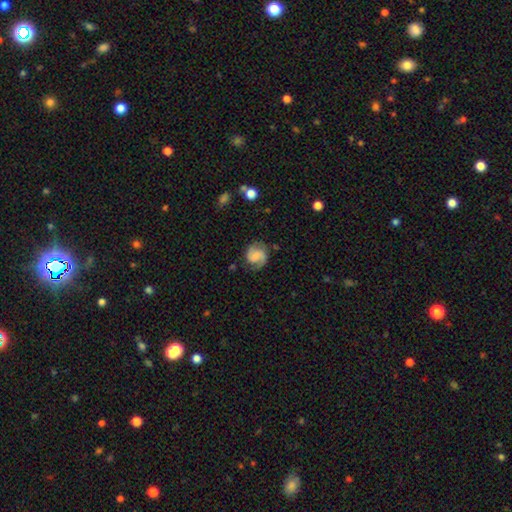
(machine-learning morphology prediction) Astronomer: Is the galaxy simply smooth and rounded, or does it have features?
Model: featured or disk — 66%.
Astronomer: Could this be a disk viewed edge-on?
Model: no — 98%.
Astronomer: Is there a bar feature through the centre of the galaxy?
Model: no — 48% (runner-up: weak, 41%).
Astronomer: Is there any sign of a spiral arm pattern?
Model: yes — 94%.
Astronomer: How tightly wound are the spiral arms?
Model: medium — 48% (runner-up: tight, 30%).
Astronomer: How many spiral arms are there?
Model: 2 — 84%.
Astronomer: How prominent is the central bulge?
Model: none — 43% (runner-up: small, 30%).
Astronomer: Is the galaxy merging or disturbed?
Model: none — 73%.